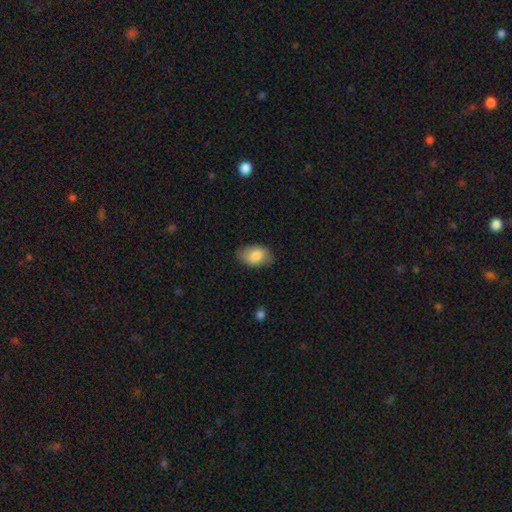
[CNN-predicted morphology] This appears to be a smooth galaxy with no disk features (83%) that is in between round and cigar-shaped (89%). Merging: none (77%).